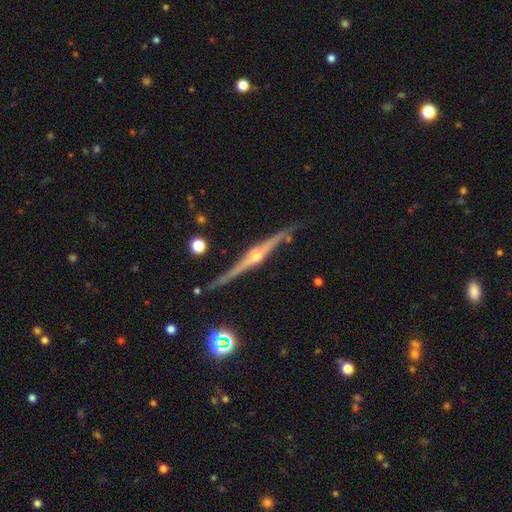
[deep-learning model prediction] The model was most divided on "merging": none: 85%, minor disturbance: 11%, major disturbance: 2%, merger: 2%. More confident: edge-on disk — yes (98%); edge-on bulge — rounded (92%); smooth or featured — featured or disk (88%).